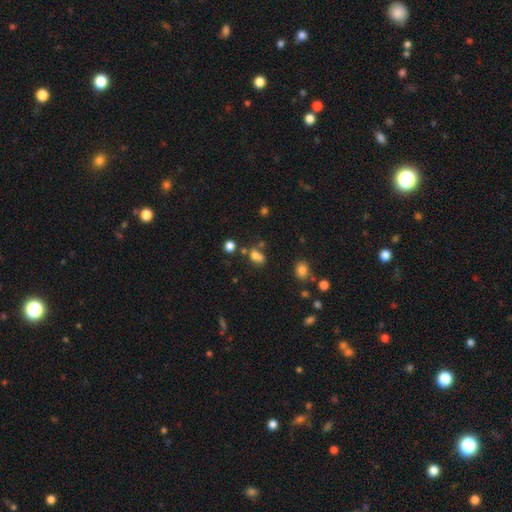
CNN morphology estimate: This appears to be a smooth galaxy with no disk features (71%) that is in between round and cigar-shaped (59%). Merging: none (41%).